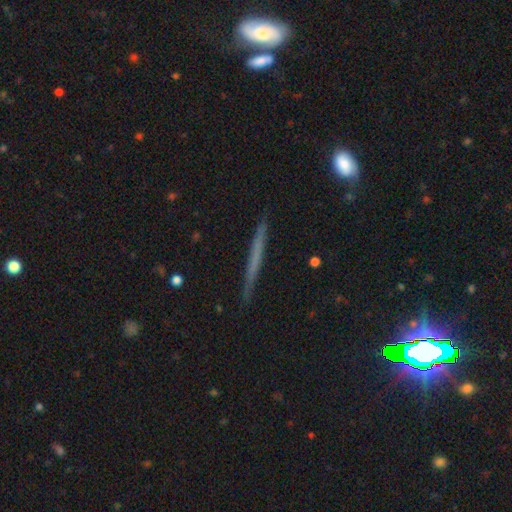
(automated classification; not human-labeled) Smooth or featured? Predicted: smooth (p=0.45, tied with featured or disk). Merging? Predicted: none (p=0.89).